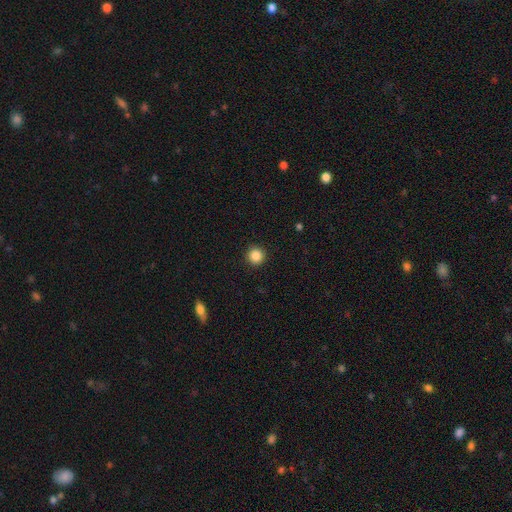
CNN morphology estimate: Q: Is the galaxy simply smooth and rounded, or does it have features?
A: smooth — 86%.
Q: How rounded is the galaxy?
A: round — 95%.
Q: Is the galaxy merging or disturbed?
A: none — 93%.